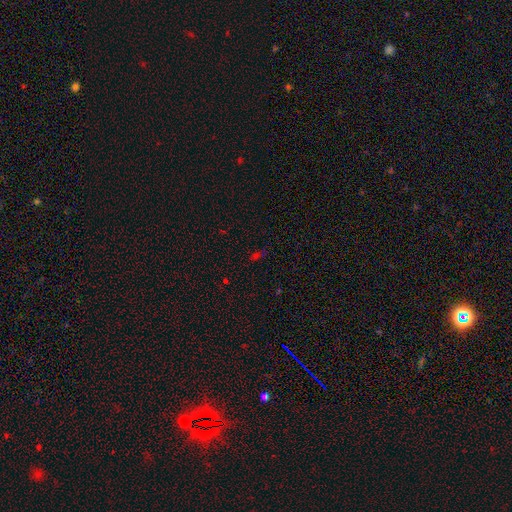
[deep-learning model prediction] Overall: star or artifact (50%; smooth 40%).